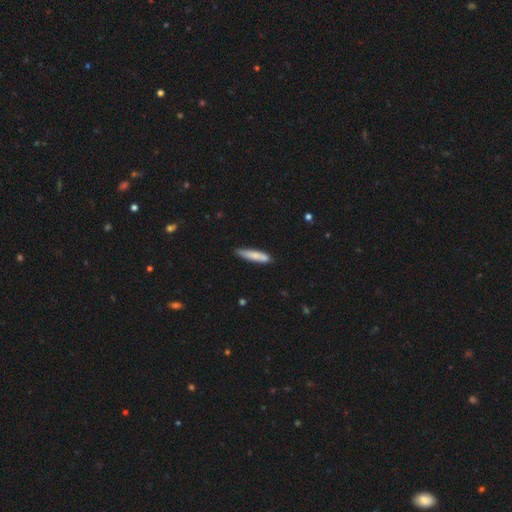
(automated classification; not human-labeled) This is likely a smooth galaxy (76%). How rounded: clearly cigar-shaped (85%). Merging: likely none (77%).